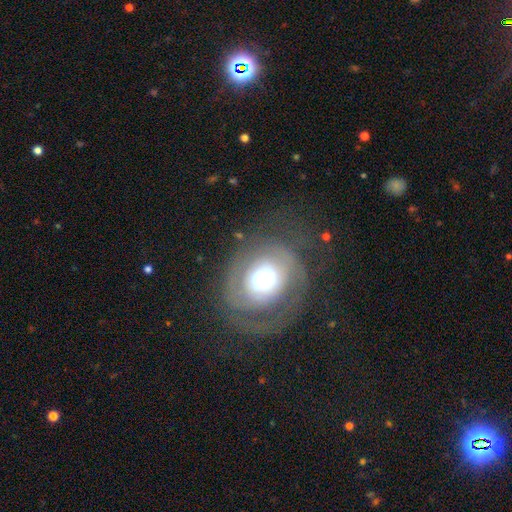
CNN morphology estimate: The model was most divided on "bulge size": large: 55%, moderate: 23%, dominant: 14%, small: 6%, none: 2%. More confident: edge-on disk — no (96%); bar — no (82%); merging — none (71%); spiral arms — yes (67%); smooth or featured — featured or disk (67%).